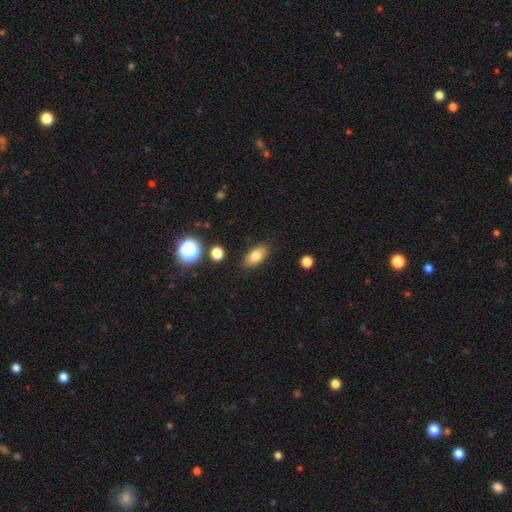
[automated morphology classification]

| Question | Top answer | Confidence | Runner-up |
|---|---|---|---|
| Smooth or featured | smooth | 78% | featured or disk (13%) |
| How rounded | in between | 87% | cigar-shaped (6%) |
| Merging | none | 87% | minor disturbance (9%) |